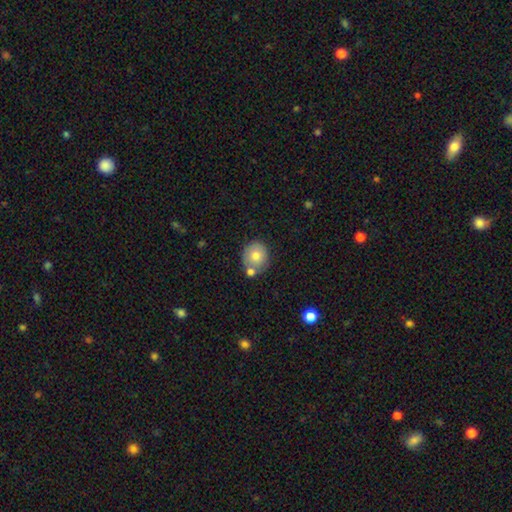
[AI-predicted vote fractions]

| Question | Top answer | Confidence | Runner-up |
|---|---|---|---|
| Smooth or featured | smooth | 75% | featured or disk (16%) |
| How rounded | round | 80% | in between (20%) |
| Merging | none | 60% | merger (23%) |